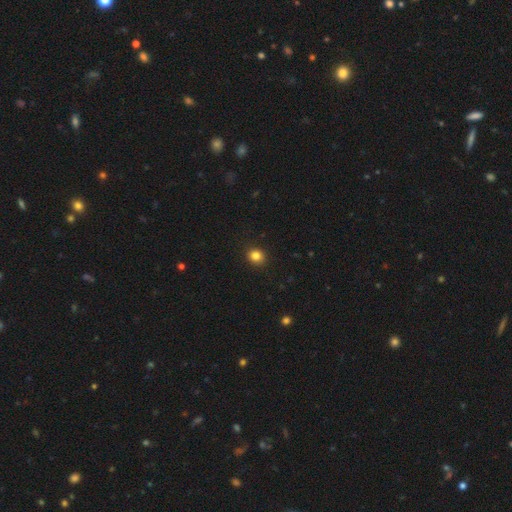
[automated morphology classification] Q: Smooth or featured?
A: smooth (83%); runner-up: star or artifact (12%)
Q: How rounded?
A: round (78%); runner-up: in between (21%)
Q: Merging?
A: none (91%); runner-up: minor disturbance (6%)